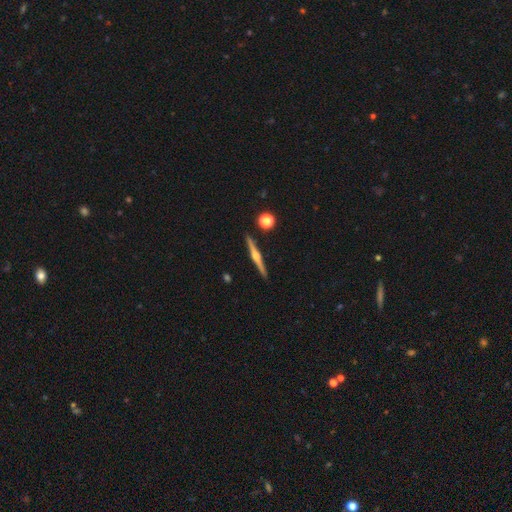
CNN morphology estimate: Smooth or featured? featured or disk (80%)
Edge-on disk? yes (98%)
Edge-on bulge? rounded (91%)
Merging? none (92%)